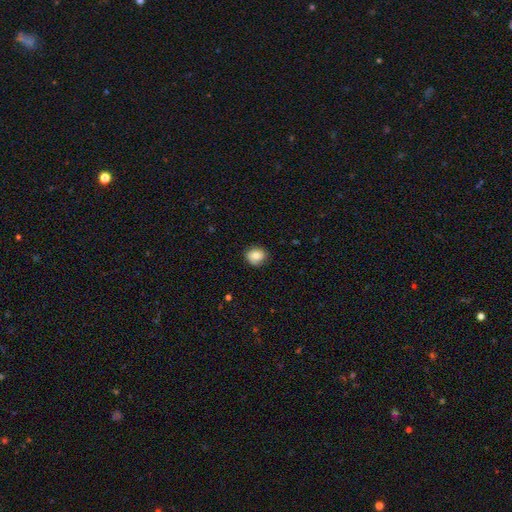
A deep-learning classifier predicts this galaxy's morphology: smooth-or-featured: smooth: 70% | featured or disk: 21% | star or artifact: 9%
  how-rounded: round: 66% | in between: 33% | cigar-shaped: 1%
  merging: none: 77% | minor disturbance: 18% | major disturbance: 4% | merger: 1%